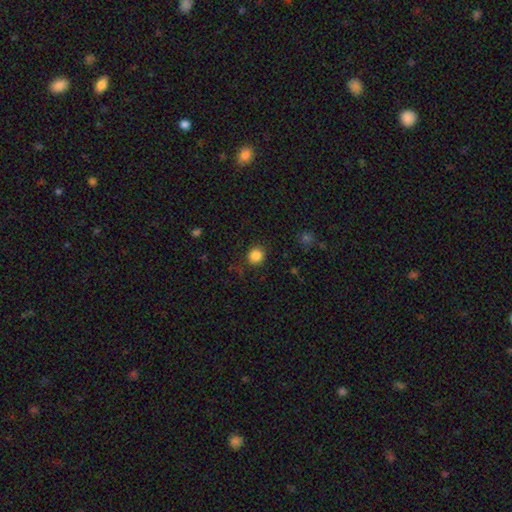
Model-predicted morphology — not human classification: Smooth or featured?
  - smooth: 85% *
  - star or artifact: 11%
  - featured or disk: 4%
How rounded?
  - round: 89% *
  - in between: 10%
  - cigar-shaped: 1%
Merging?
  - none: 87% *
  - minor disturbance: 9%
  - major disturbance: 3%
  - merger: 1%